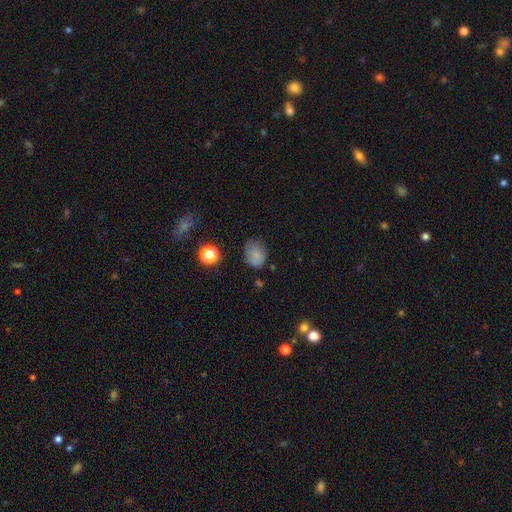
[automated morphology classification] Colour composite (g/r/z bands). It shows a smooth galaxy with no disk features (78%) that is round (54%). Merging: none (62%).